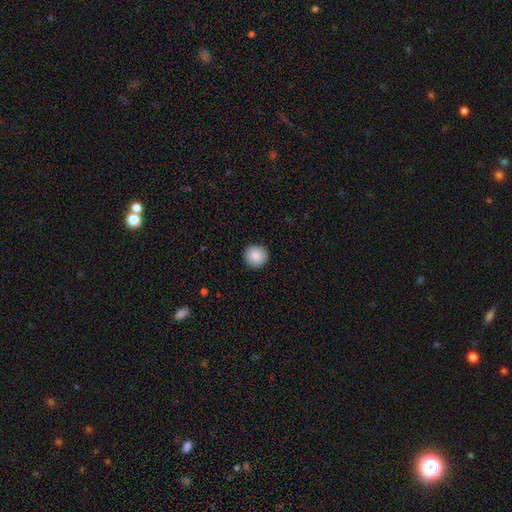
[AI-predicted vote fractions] Smooth or featured: smooth — 89% (star or artifact — 7%)
How rounded: round — 93% (in between — 6%)
Merging: none — 92% (minor disturbance — 5%)